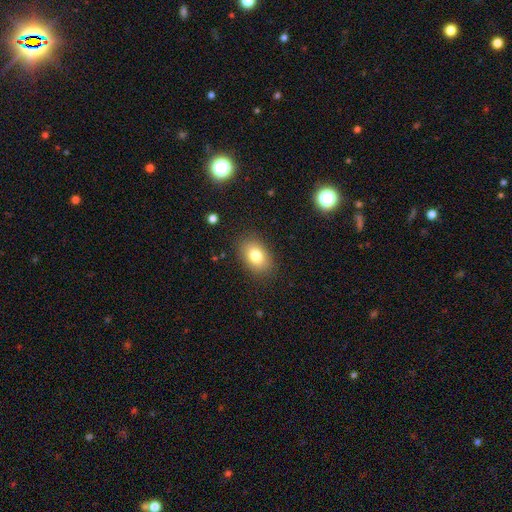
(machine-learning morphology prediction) type=smooth (79%); roundness=in between (83%); merging=none (86%).